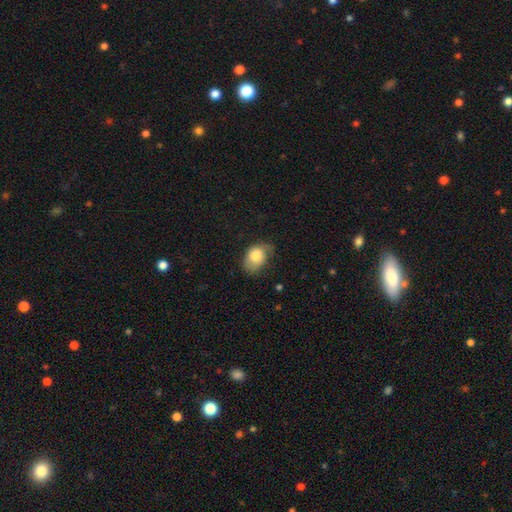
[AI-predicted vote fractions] This appears to be a smooth galaxy with no disk features (78%) that is in between round and cigar-shaped (77%). Merging: none (46%).